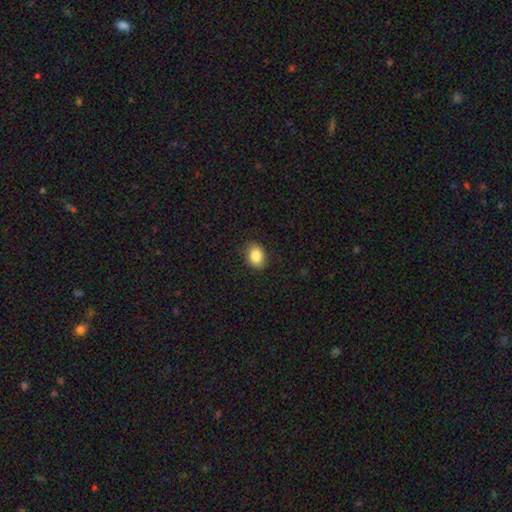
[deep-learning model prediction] smooth-or-featured: smooth: 87% | star or artifact: 8% | featured or disk: 5%
  how-rounded: in between: 61% | round: 38% | cigar-shaped: 1%
  merging: none: 84% | minor disturbance: 12% | major disturbance: 3% | merger: 1%